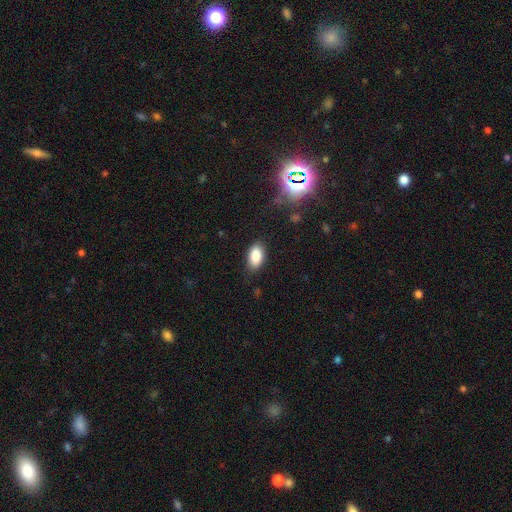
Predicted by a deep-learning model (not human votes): smooth 86%, star or artifact 8%, featured or disk 6%. Down the decision tree: how rounded — in between (93%); merging — none (82%).